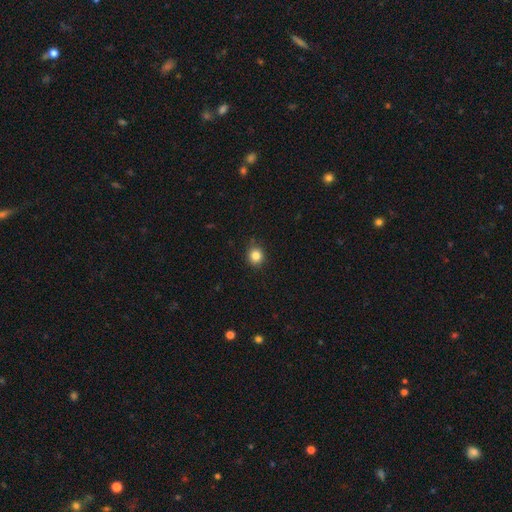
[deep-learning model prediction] The model was most divided on "smooth or featured": smooth: 84%, star or artifact: 12%, featured or disk: 5%. More confident: merging — none (88%); how rounded — round (87%).